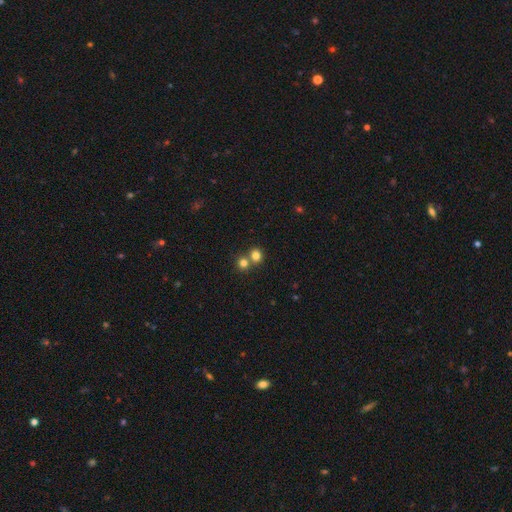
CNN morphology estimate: type=smooth (80%); roundness=round (86%); merging=none (54%).